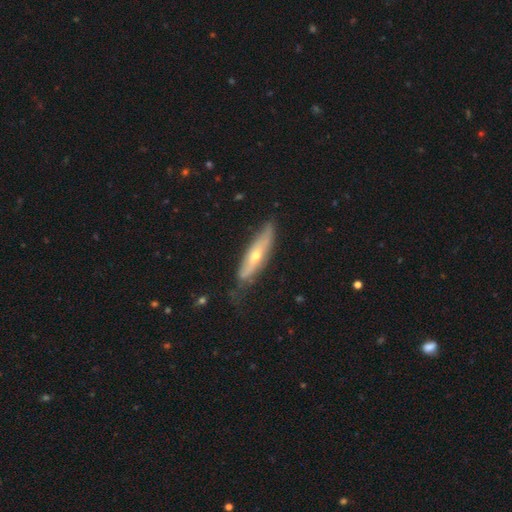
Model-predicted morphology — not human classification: Smooth or featured?
  - featured or disk: 58% *
  - smooth: 35%
  - star or artifact: 6%
Edge-on disk?
  - yes: 58% *
  - no: 42%
Merging?
  - none: 63% *
  - minor disturbance: 27%
  - major disturbance: 7%
  - merger: 2%